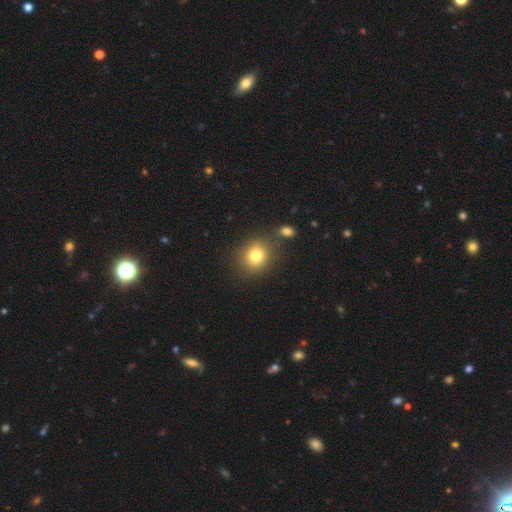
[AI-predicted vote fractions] smooth_or_featured: smooth (p=0.79) [alt: star or artifact p=0.12]
how_rounded: round (p=0.74) [alt: in between p=0.25]
merging: none (p=0.76) [alt: minor disturbance p=0.10]